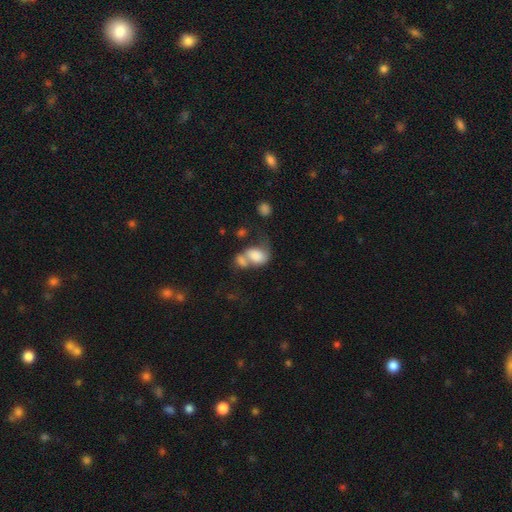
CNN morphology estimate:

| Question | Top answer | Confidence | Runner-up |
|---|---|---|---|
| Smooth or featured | smooth | 69% | featured or disk (22%) |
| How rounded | in between | 77% | round (22%) |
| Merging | merger | 61% | major disturbance (16%) |